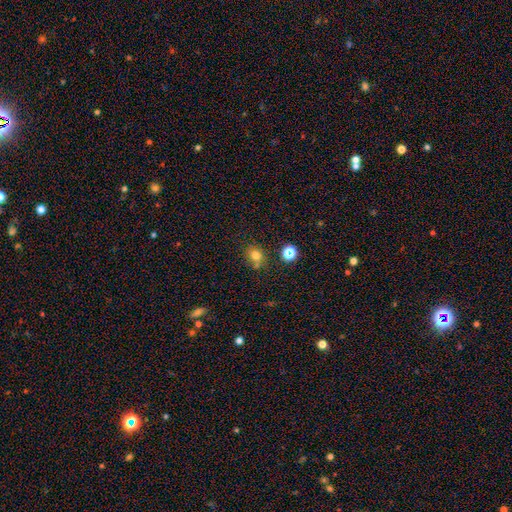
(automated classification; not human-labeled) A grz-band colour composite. It shows a smooth galaxy with no disk features (74%) that is round (71%). Merging: none (68%).